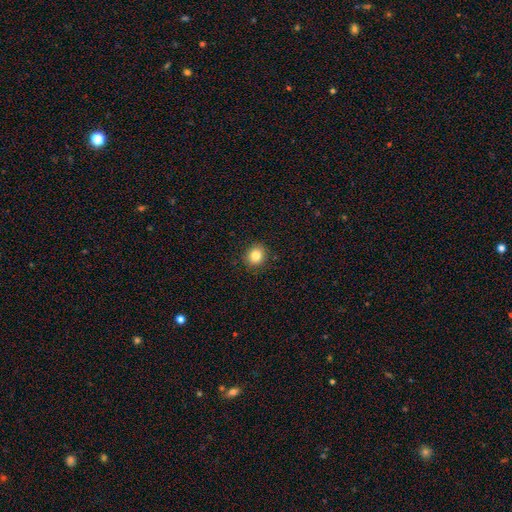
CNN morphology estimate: Q: Smooth or featured?
A: smooth (83%); runner-up: star or artifact (11%)
Q: How rounded?
A: round (84%); runner-up: in between (15%)
Q: Merging?
A: none (90%); runner-up: minor disturbance (7%)